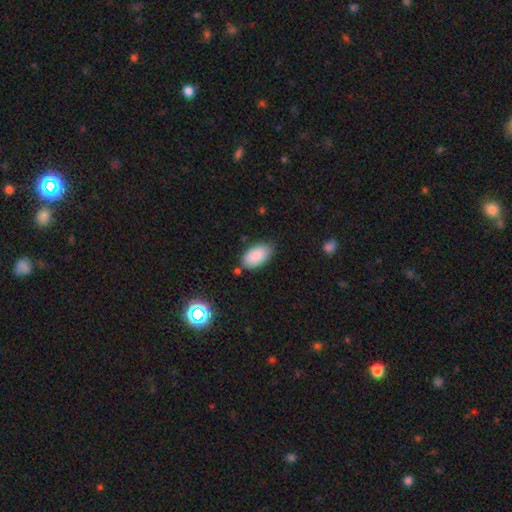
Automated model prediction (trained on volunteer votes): This is clearly a smooth galaxy (87%). How rounded: clearly in between (95%). Merging: likely none (75%).